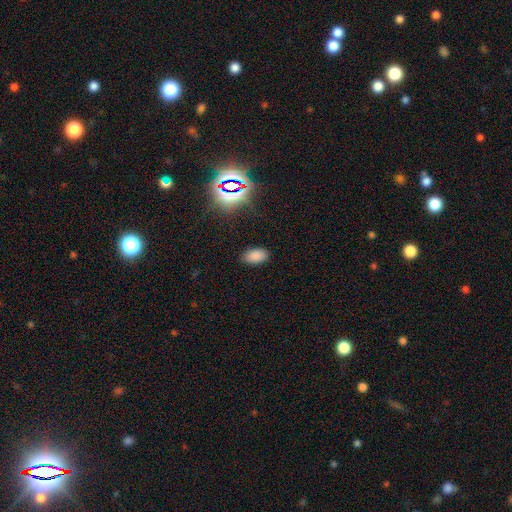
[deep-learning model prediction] smooth 81%, star or artifact 15%, featured or disk 4%. Down the decision tree: how rounded — in between (93%); merging — none (87%).